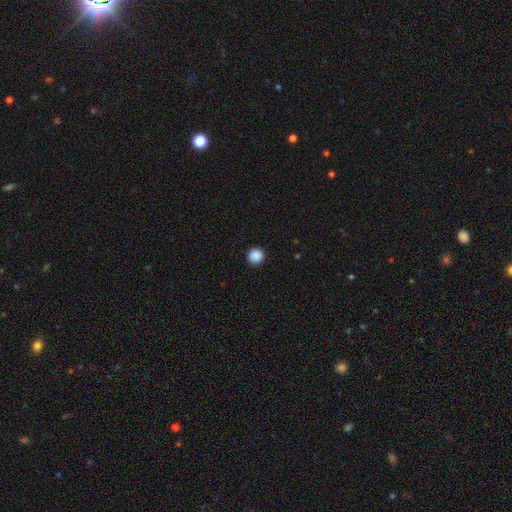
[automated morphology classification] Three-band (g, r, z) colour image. It shows a smooth galaxy with no disk features (89%) that is round (95%). Merging: none (93%).